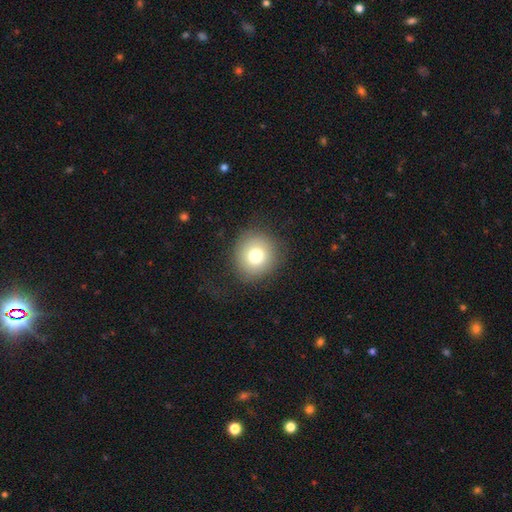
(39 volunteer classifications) This is likely a smooth galaxy (74%). How rounded: clearly round (100%). Merging: clearly none (89%).